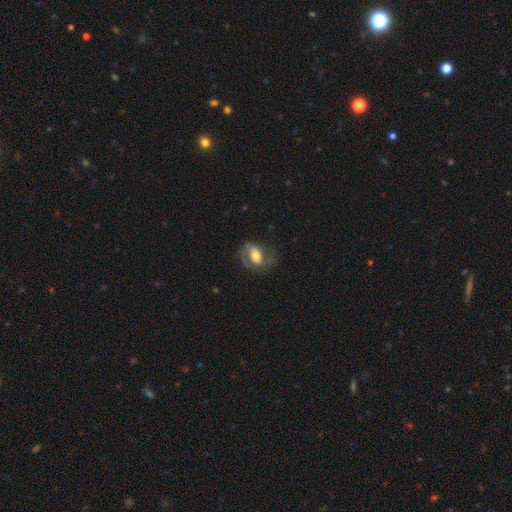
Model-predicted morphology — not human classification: smooth_or_featured: featured or disk (p=0.66) [alt: smooth p=0.28]
disk_edge_on: no (p=0.95) [alt: yes p=0.05]
bar: weak (p=0.37) [alt: no p=0.33]
has_spiral_arms: yes (p=0.81) [alt: no p=0.19]
spiral_winding: medium (p=0.49) [alt: loose p=0.27]
spiral_arm_count: 2 (p=0.75) [alt: 1 p=0.11]
bulge_size: moderate (p=0.61) [alt: large p=0.19]
merging: none (p=0.56) [alt: major disturbance p=0.22]